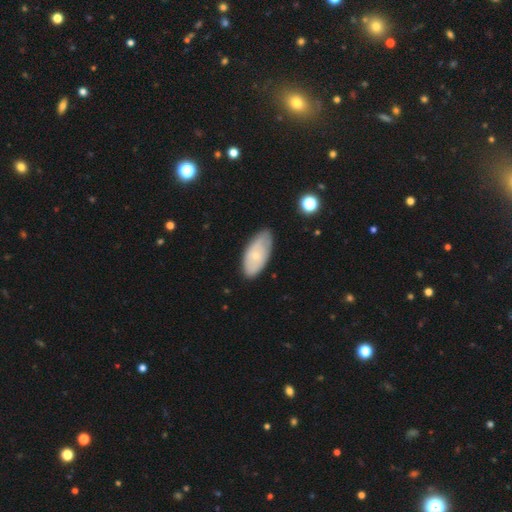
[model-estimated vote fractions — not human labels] Smooth or featured: smooth — 59% (featured or disk — 35%)
How rounded: in between — 92% (cigar-shaped — 6%)
Merging: none — 72% (minor disturbance — 23%)